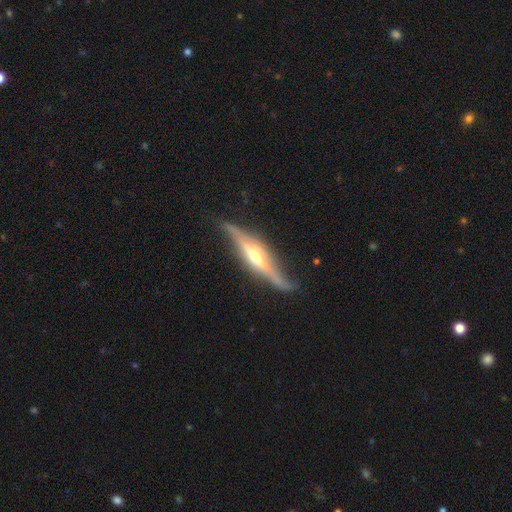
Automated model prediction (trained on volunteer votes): Morphology: type=featured or disk (81%); edge-on=yes (92%); edge-on bulge=rounded (83%); merging=none (76%).